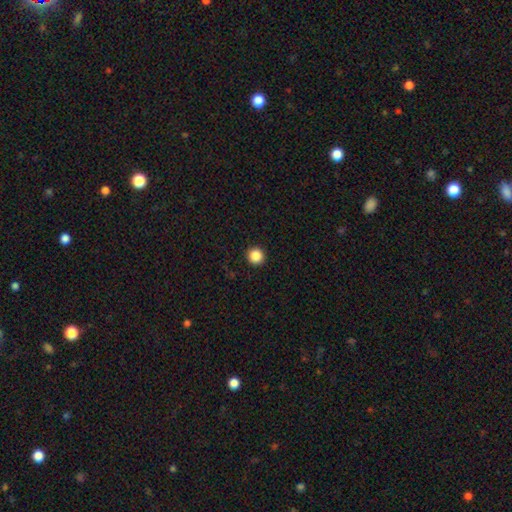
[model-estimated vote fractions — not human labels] Overall: smooth (87%). How rounded: round (96%). Merging: none (93%).